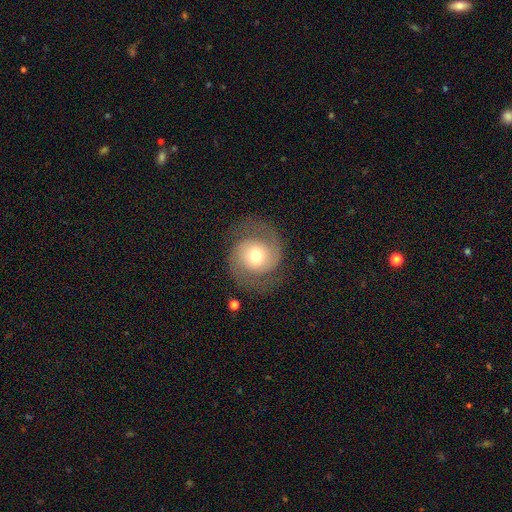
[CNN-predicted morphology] Smooth or featured?
  - featured or disk: 82% *
  - smooth: 12%
  - star or artifact: 6%
Edge-on disk?
  - no: 98% *
  - yes: 2%
Bar?
  - no: 68% *
  - weak: 25%
  - strong: 7%
Spiral arms?
  - yes: 95% *
  - no: 5%
Spiral winding?
  - medium: 50% *
  - tight: 31%
  - loose: 18%
Spiral arm count?
  - 2: 93% *
  - can't tell: 3%
  - 1: 2%
  - 3: 1%
  - 4: 1%
  - more than 4: 1%
Bulge size?
  - moderate: 64% *
  - small: 25%
  - large: 8%
  - dominant: 2%
  - none: 1%
Merging?
  - none: 78% *
  - minor disturbance: 13%
  - major disturbance: 8%
  - merger: 1%